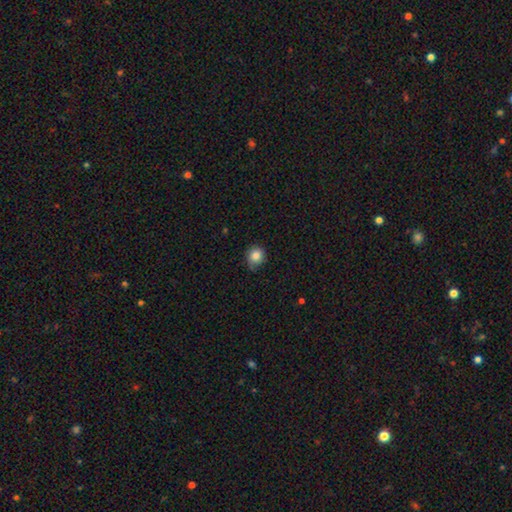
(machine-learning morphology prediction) This appears to be a smooth galaxy with no disk features (84%) that is round (87%). Merging: none (76%).